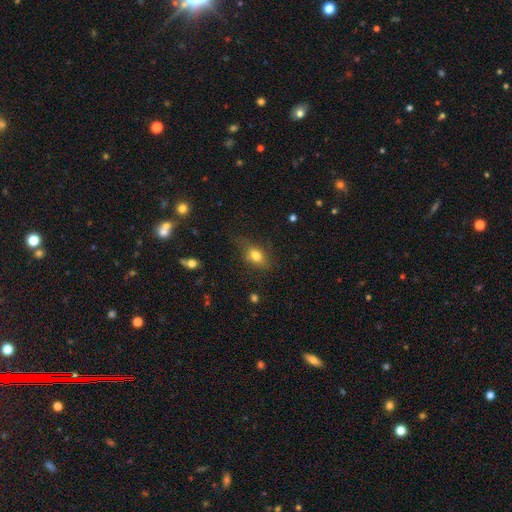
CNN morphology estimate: Smooth or featured?
  - smooth: 72% *
  - featured or disk: 16%
  - star or artifact: 11%
How rounded?
  - in between: 75% *
  - round: 18%
  - cigar-shaped: 6%
Merging?
  - none: 61% *
  - minor disturbance: 25%
  - major disturbance: 12%
  - merger: 2%